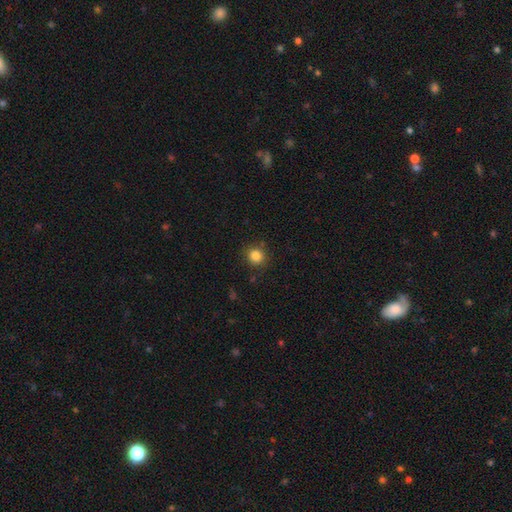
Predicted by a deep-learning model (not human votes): Smooth or featured?
  - smooth: 84% *
  - star or artifact: 11%
  - featured or disk: 5%
How rounded?
  - round: 90% *
  - in between: 9%
  - cigar-shaped: 1%
Merging?
  - none: 86% *
  - minor disturbance: 9%
  - major disturbance: 3%
  - merger: 2%